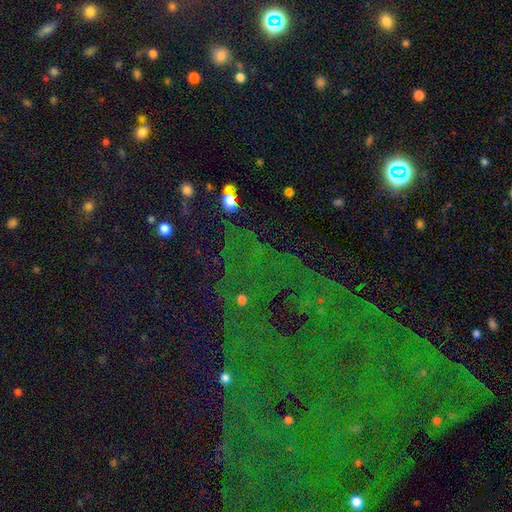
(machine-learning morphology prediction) star or artifact 77%, smooth 12%, featured or disk 11%.